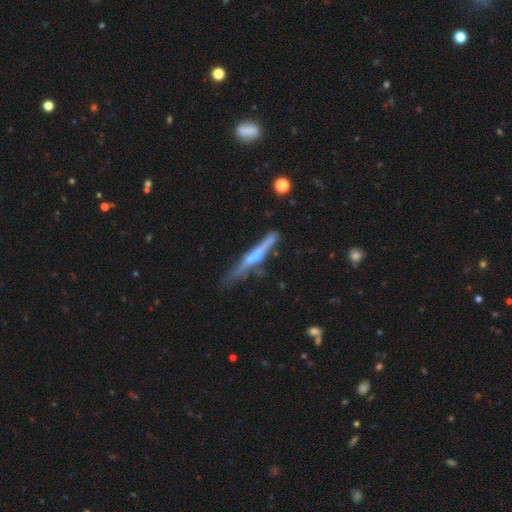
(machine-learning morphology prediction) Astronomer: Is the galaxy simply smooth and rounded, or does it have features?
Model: featured or disk — 72%.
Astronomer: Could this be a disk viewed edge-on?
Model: yes — 95%.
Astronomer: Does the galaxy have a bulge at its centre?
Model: rounded — 86%.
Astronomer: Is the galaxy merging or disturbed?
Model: none — 62%.